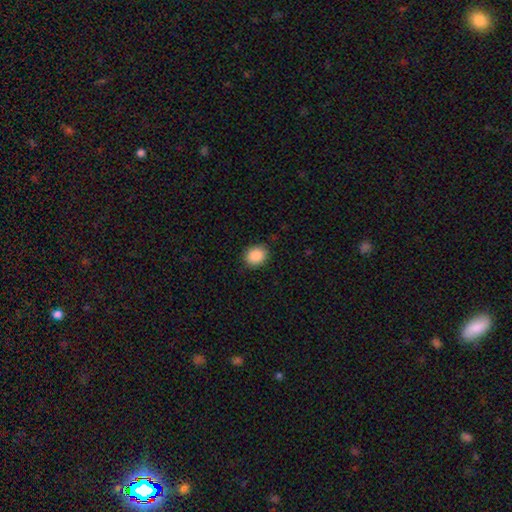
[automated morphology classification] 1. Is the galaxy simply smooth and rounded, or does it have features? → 89% smooth, 8% star or artifact, 3% featured or disk.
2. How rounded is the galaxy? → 60% round, 40% in between, 1% cigar-shaped.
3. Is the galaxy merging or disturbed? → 87% none, 9% minor disturbance, 2% major disturbance, 1% merger.